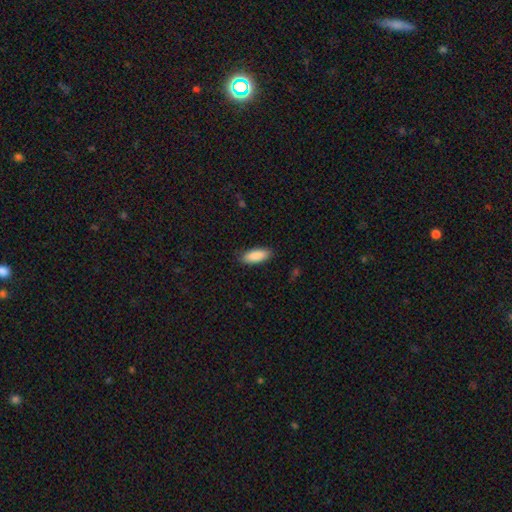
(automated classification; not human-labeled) A smooth galaxy with no disk features (90%) that is in between round and cigar-shaped (77%). Merging: none (88%).